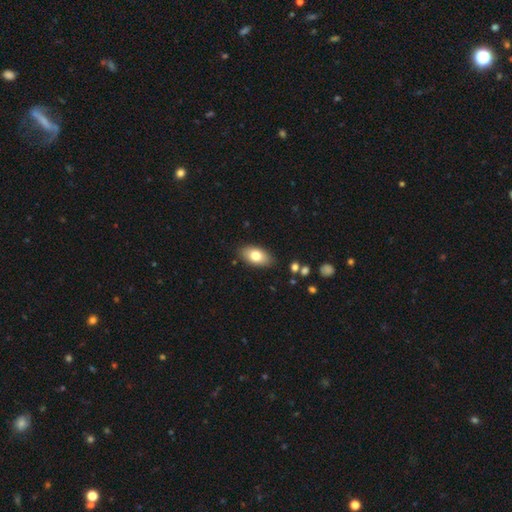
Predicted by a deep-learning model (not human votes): Morphology: type=smooth (78%); roundness=in between (92%); merging=none (86%).